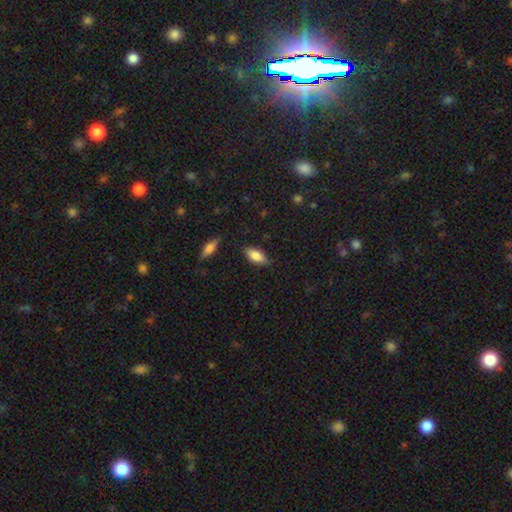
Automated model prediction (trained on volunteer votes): smooth-or-featured: smooth: 80% | featured or disk: 12% | star or artifact: 7%
  how-rounded: in between: 86% | cigar-shaped: 12% | round: 3%
  merging: none: 79% | minor disturbance: 16% | major disturbance: 3% | merger: 2%